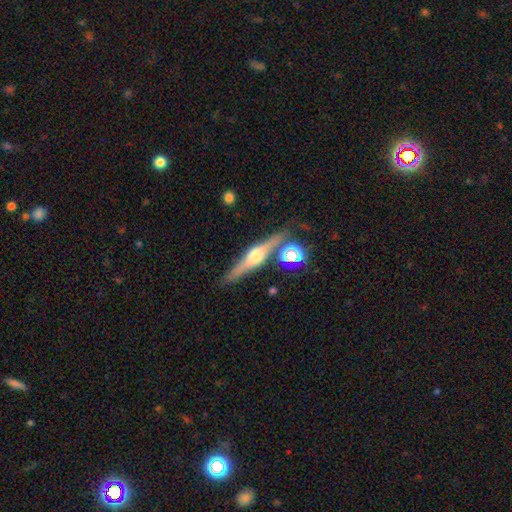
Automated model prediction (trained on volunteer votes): A featured or disk galaxy (72%) viewed edge-on (96%) with a rounded central bulge (91%). Merging: none (84%).